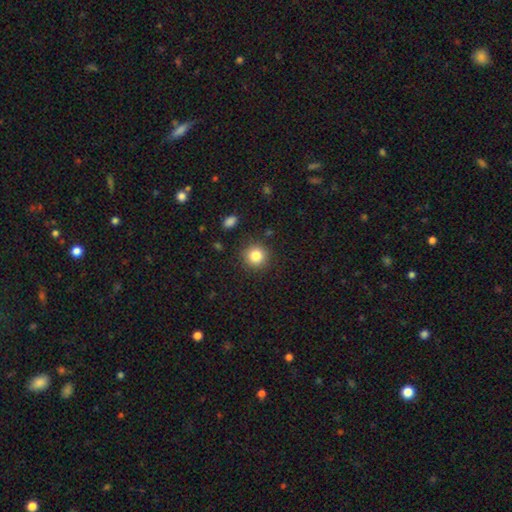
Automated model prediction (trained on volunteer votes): Smooth or featured? Predicted: smooth (p=0.83). How rounded? Predicted: round (p=0.93). Merging? Predicted: none (p=0.89).